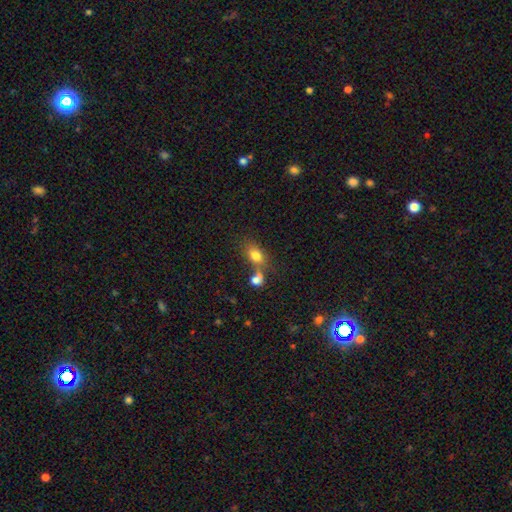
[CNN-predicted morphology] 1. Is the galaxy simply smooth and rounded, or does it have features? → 78% smooth, 11% featured or disk, 11% star or artifact.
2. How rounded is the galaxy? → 73% in between, 24% round, 3% cigar-shaped.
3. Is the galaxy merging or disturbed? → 44% merger, 39% none, 11% minor disturbance, 7% major disturbance.